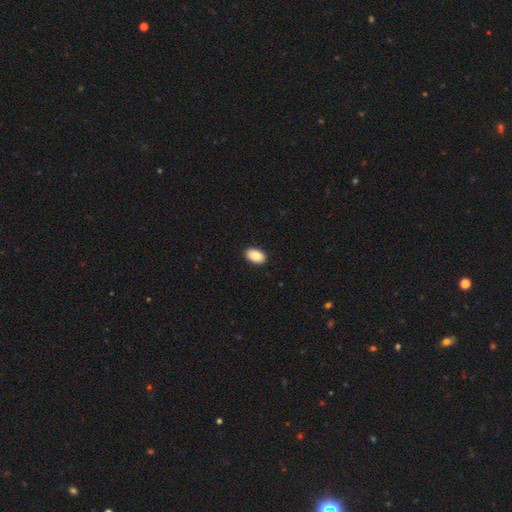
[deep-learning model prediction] The model was most divided on "smooth or featured": smooth: 88%, star or artifact: 7%, featured or disk: 5%. More confident: how rounded — in between (92%); merging — none (91%).